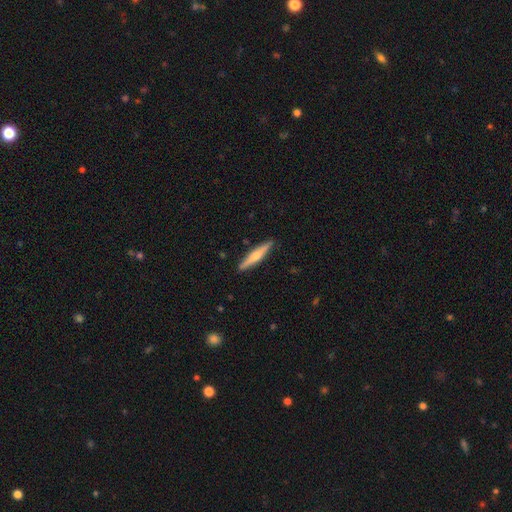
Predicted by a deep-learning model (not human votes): smooth_or_featured: featured or disk (p=0.49) [alt: smooth p=0.46]
merging: none (p=0.90) [alt: minor disturbance p=0.07]